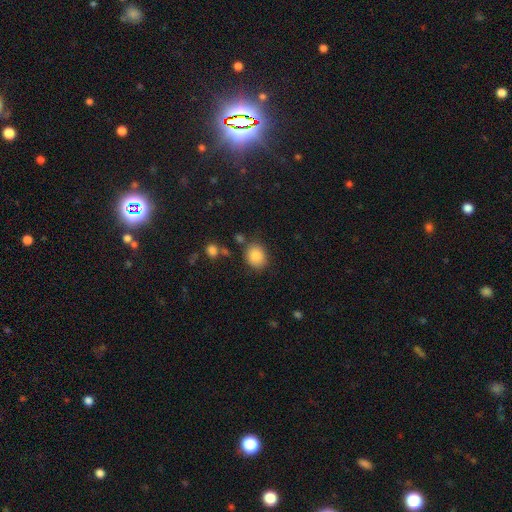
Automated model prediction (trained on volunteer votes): Smooth or featured?
  - smooth: 86% *
  - star or artifact: 9%
  - featured or disk: 5%
How rounded?
  - round: 59% *
  - in between: 41%
  - cigar-shaped: 1%
Merging?
  - none: 78% *
  - minor disturbance: 13%
  - merger: 5%
  - major disturbance: 4%